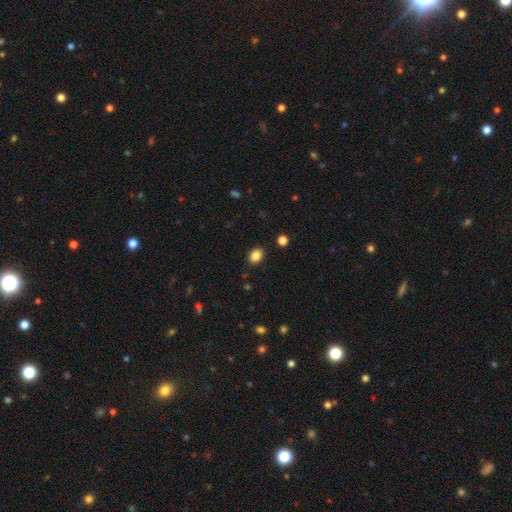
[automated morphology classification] Smooth or featured? Predicted: smooth (p=0.86). How rounded? Predicted: in between (p=0.66). Merging? Predicted: none (p=0.87).